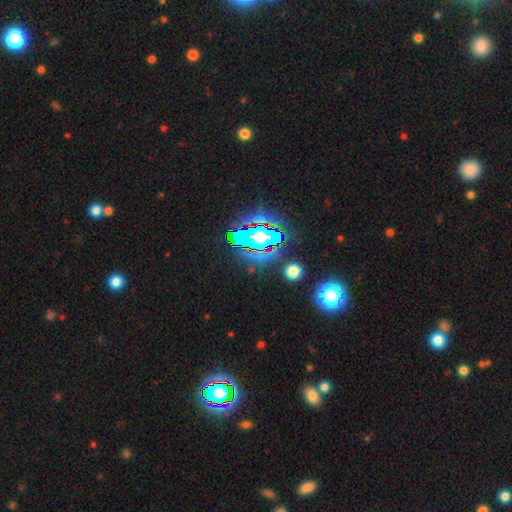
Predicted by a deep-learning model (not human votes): Overall: star or artifact (82%).